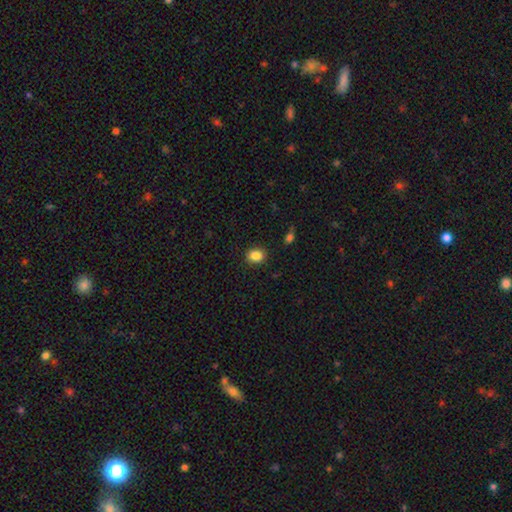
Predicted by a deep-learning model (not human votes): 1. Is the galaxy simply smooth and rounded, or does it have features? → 86% smooth, 9% star or artifact, 4% featured or disk.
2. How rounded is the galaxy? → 50% in between, 49% round, 1% cigar-shaped.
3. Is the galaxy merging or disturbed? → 89% none, 7% minor disturbance, 2% major disturbance, 1% merger.